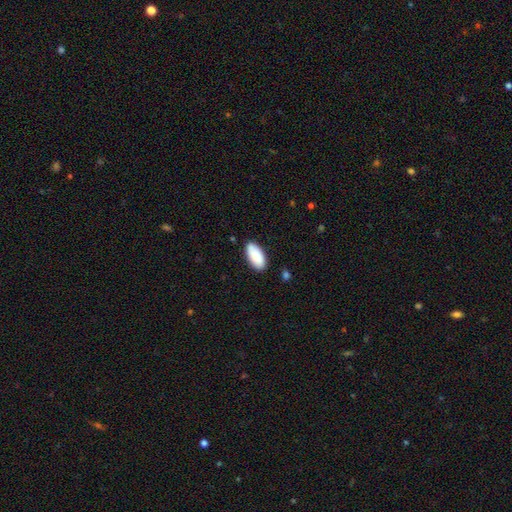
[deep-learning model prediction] The model was most divided on "merging": none: 85%, minor disturbance: 12%, major disturbance: 2%, merger: 2%. More confident: how rounded — in between (93%); smooth or featured — smooth (86%).